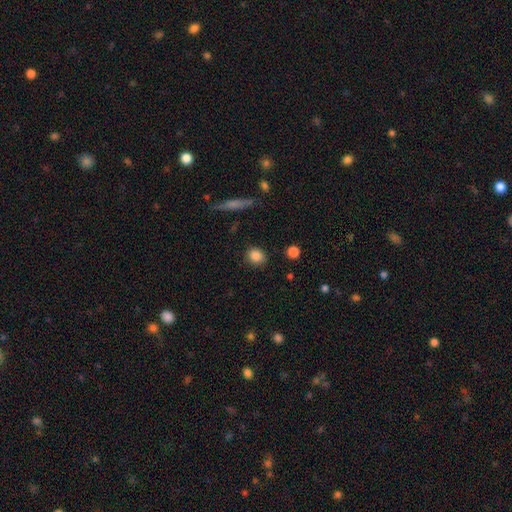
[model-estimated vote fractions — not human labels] A smooth galaxy with no disk features (86%) that is round (68%).

Vote fractions:
- Smooth or featured? smooth: 86% / star or artifact: 9% / featured or disk: 5%
- How rounded? round: 68% / in between: 30% / cigar-shaped: 2%
- Merging? none: 86% / minor disturbance: 10% / major disturbance: 3% / merger: 2%